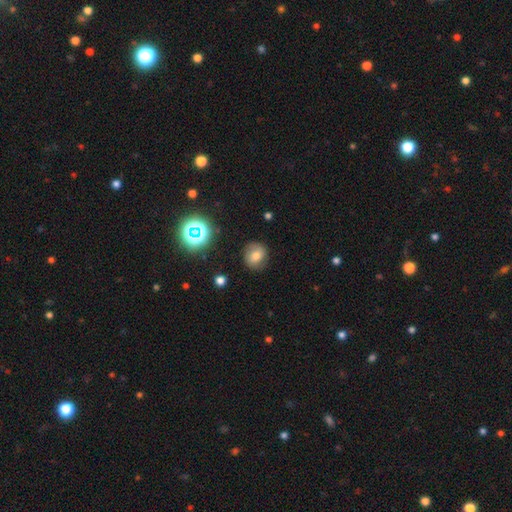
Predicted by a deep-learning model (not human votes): A smooth galaxy with no disk features (65%) that is round (76%).

Vote fractions:
- Smooth or featured? smooth: 65% / featured or disk: 19% / star or artifact: 16%
- How rounded? round: 76% / in between: 23% / cigar-shaped: 1%
- Merging? none: 80% / minor disturbance: 14% / major disturbance: 4% / merger: 1%